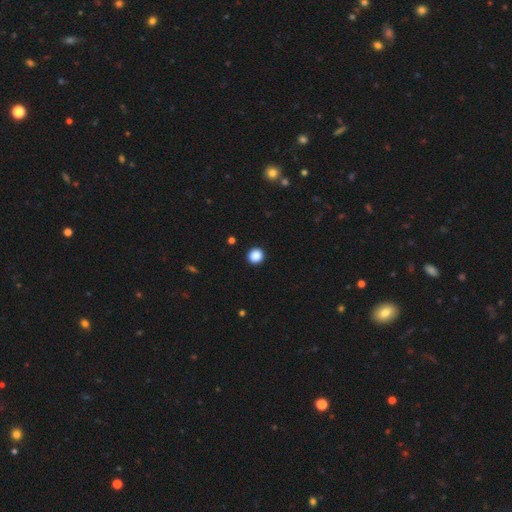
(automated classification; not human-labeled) smooth-or-featured: smooth: 88% | star or artifact: 10% | featured or disk: 2%
  how-rounded: round: 88% | in between: 11% | cigar-shaped: 1%
  merging: none: 92% | minor disturbance: 5% | major disturbance: 2% | merger: 1%